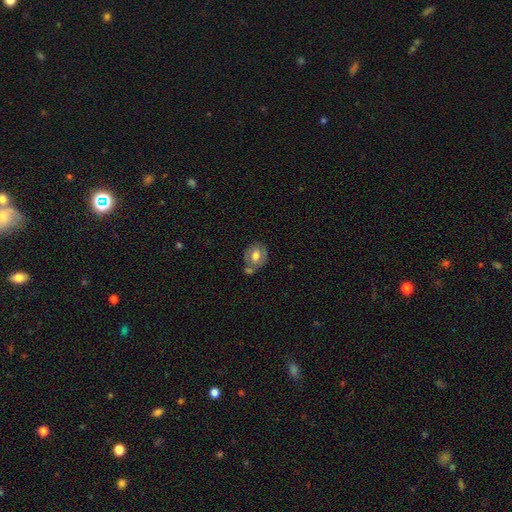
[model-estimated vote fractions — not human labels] A smooth galaxy with no disk features (54%) that is round (50%). Merging: none (54%).